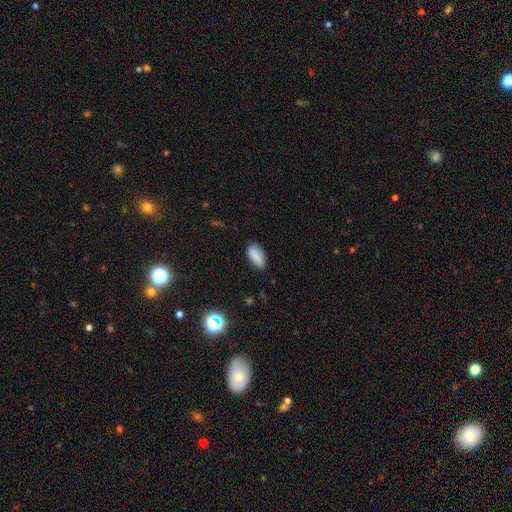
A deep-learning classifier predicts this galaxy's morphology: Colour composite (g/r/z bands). It shows a smooth galaxy with no disk features (83%) that is in between round and cigar-shaped (89%). Merging: none (75%).